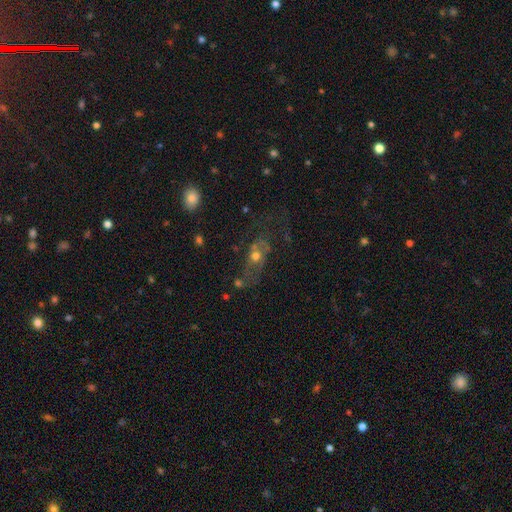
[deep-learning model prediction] Smooth or featured?
  - featured or disk: 51% *
  - smooth: 35%
  - star or artifact: 15%
Edge-on disk?
  - no: 85% *
  - yes: 15%
Merging?
  - none: 41% *
  - major disturbance: 31%
  - minor disturbance: 21%
  - merger: 7%